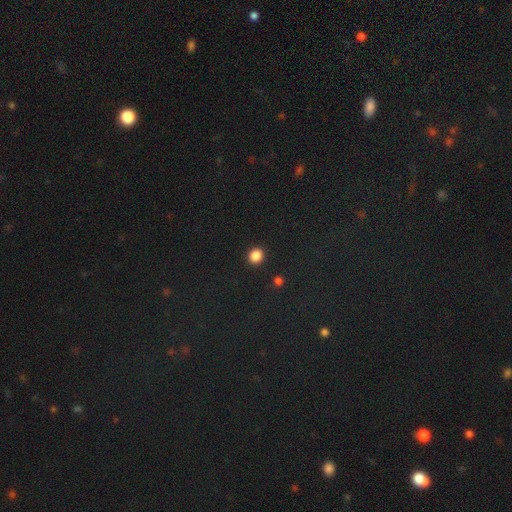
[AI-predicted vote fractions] smooth-or-featured: smooth: 86% | star or artifact: 11% | featured or disk: 3%
  how-rounded: round: 75% | in between: 24% | cigar-shaped: 1%
  merging: none: 91% | minor disturbance: 6% | major disturbance: 2% | merger: 1%